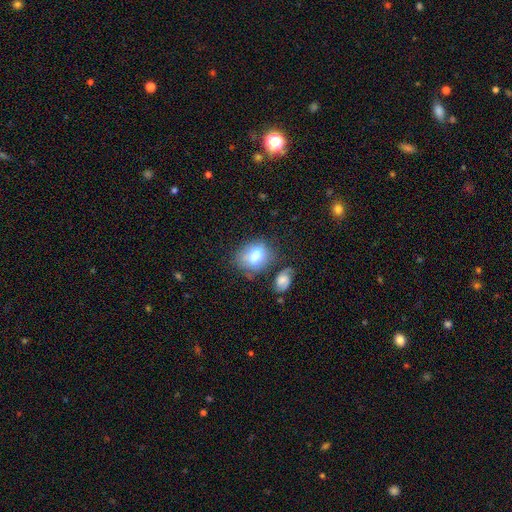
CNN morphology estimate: Smooth or featured? smooth (71%)
How rounded? in between (64%)
Merging? none (49%)